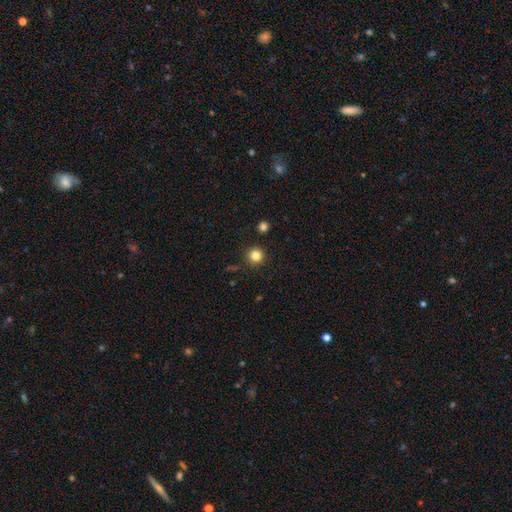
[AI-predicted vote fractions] Smooth or featured? Predicted: smooth (p=0.83). How rounded? Predicted: round (p=0.95). Merging? Predicted: none (p=0.91).